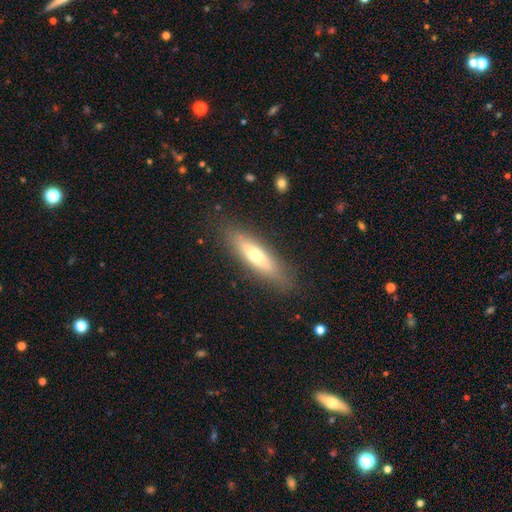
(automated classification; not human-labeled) Smooth or featured? Predicted: smooth (p=0.59). How rounded? Predicted: cigar-shaped (p=0.70). Merging? Predicted: none (p=0.84).